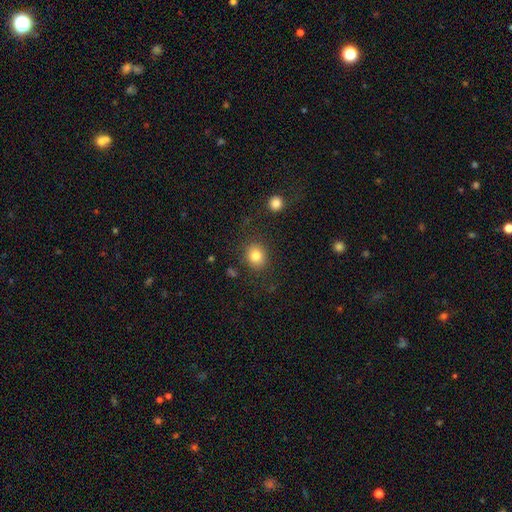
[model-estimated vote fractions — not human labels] Smooth or featured? Predicted: smooth (p=0.83). How rounded? Predicted: round (p=0.69). Merging? Predicted: none (p=0.84).